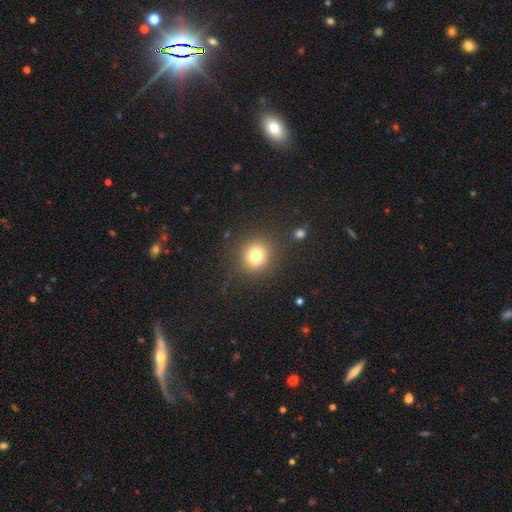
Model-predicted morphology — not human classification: smooth_or_featured: smooth (p=0.77) [alt: star or artifact p=0.14]
how_rounded: round (p=0.89) [alt: in between p=0.10]
merging: none (p=0.86) [alt: minor disturbance p=0.08]